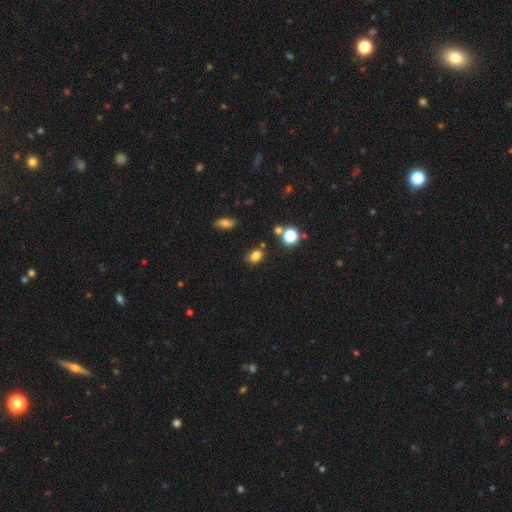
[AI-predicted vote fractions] This is likely a smooth galaxy (78%). How rounded: likely in between (64%). Merging: likely none (74%).